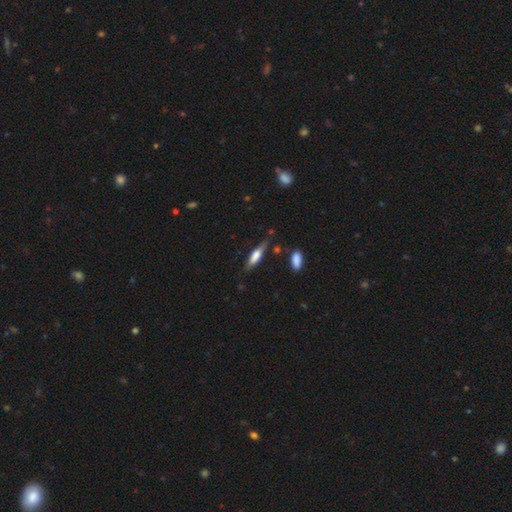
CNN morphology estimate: smooth_or_featured: smooth (p=0.61) [alt: featured or disk p=0.32]
how_rounded: cigar-shaped (p=0.63) [alt: in between p=0.35]
merging: none (p=0.73) [alt: minor disturbance p=0.19]